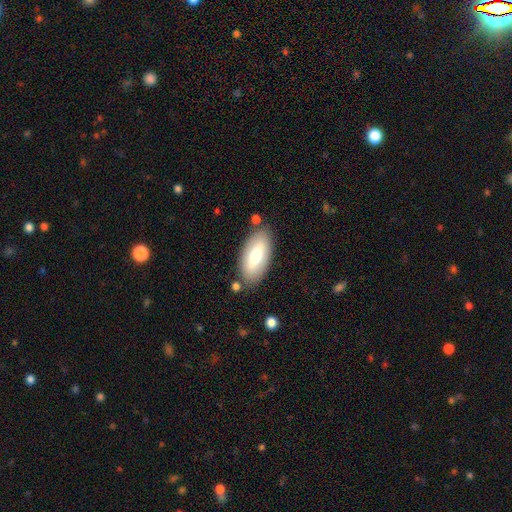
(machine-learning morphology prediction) Smooth or featured? smooth (64%)
How rounded? in between (88%)
Merging? none (82%)